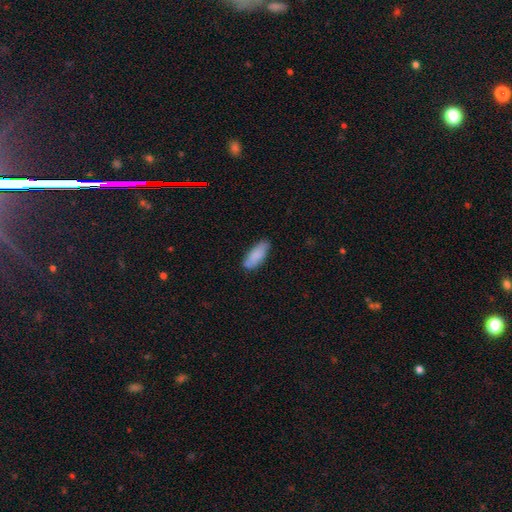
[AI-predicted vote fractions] The model was most divided on "merging": none: 71%, minor disturbance: 22%, major disturbance: 4%, merger: 3%. More confident: smooth or featured — smooth (84%); how rounded — in between (76%).